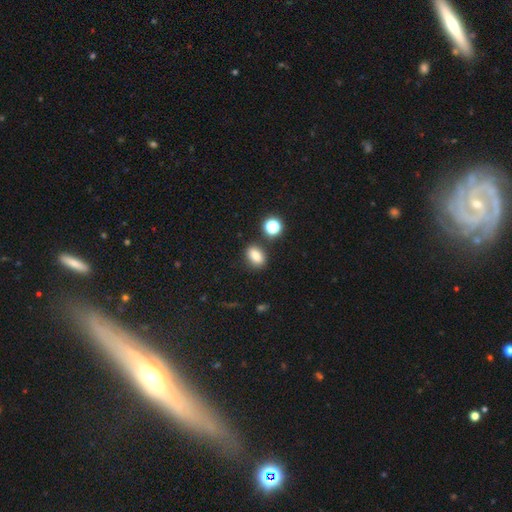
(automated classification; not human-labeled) Smooth or featured?
  - smooth: 83% *
  - star or artifact: 12%
  - featured or disk: 6%
How rounded?
  - in between: 76% *
  - round: 21%
  - cigar-shaped: 3%
Merging?
  - none: 81% *
  - minor disturbance: 10%
  - merger: 6%
  - major disturbance: 3%